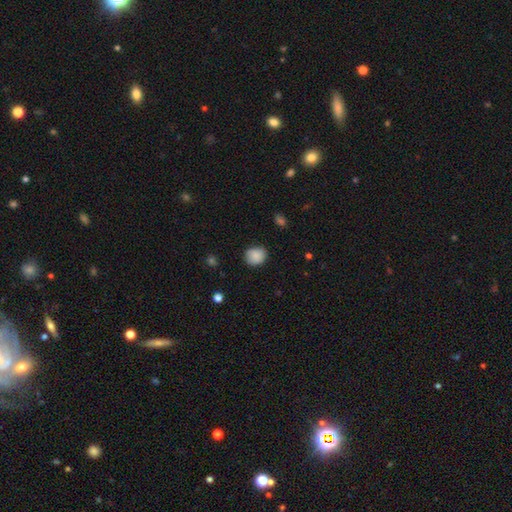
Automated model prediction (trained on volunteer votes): smooth-or-featured: smooth: 87% | star or artifact: 8% | featured or disk: 5%
  how-rounded: round: 75% | in between: 24% | cigar-shaped: 1%
  merging: none: 82% | minor disturbance: 14% | major disturbance: 3% | merger: 1%